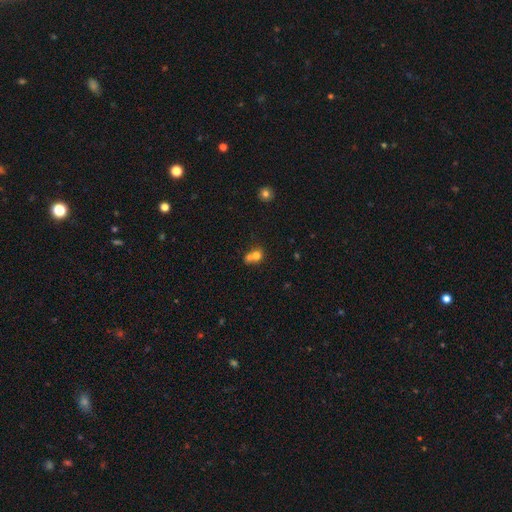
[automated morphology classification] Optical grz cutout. It shows a smooth galaxy with no disk features (72%) that is round (74%). Merging: merger (60%).